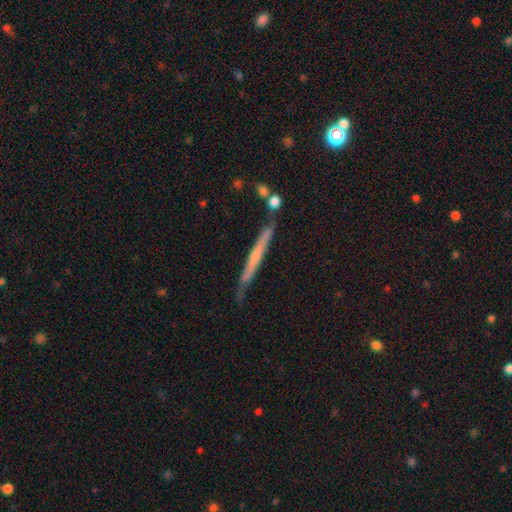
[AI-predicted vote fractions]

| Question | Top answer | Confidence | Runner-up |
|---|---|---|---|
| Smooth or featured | featured or disk | 61% | smooth (33%) |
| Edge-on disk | yes | 95% | no (5%) |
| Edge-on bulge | none | 59% | rounded (35%) |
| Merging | none | 76% | minor disturbance (17%) |